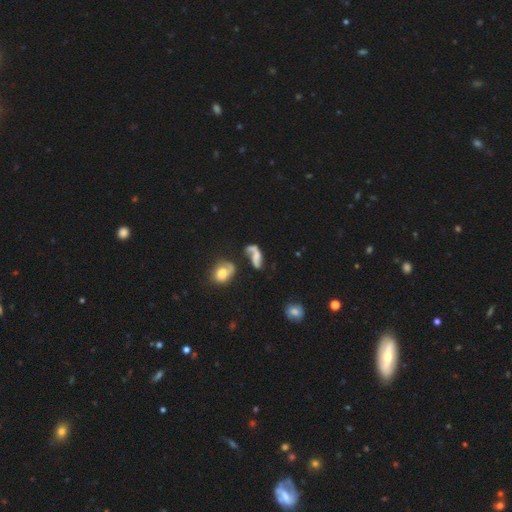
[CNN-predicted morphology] type=featured or disk (63%); edge-on=no (93%); bar=no (60%); spiral arms=yes (79%); bulge=none (45%); merging=none (32%).